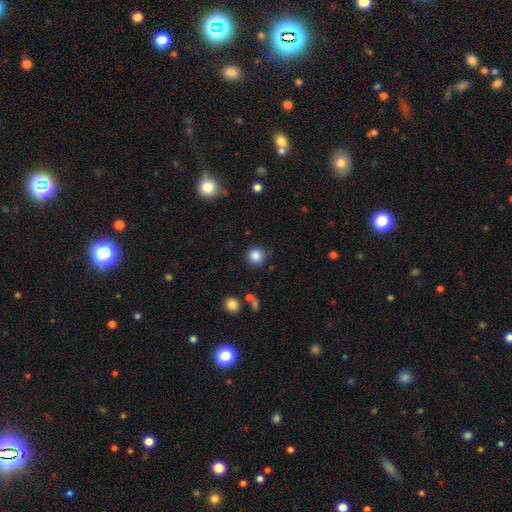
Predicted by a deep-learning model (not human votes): This appears to be a smooth galaxy with no disk features (86%) that is round (93%). Merging: none (86%).